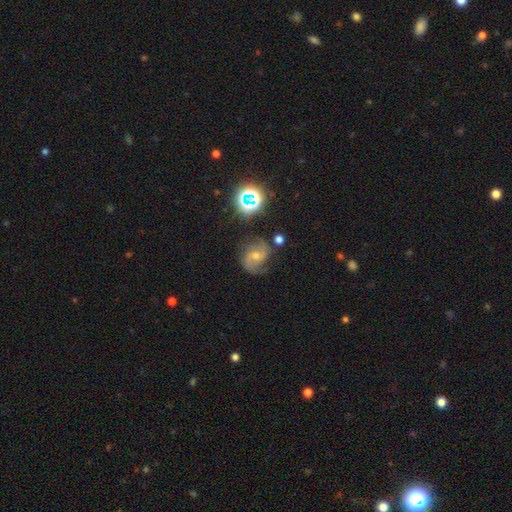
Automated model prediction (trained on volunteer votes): Overall: featured or disk (69%). Edge-on disk: no (97%). Bar: no (47%; weak 42%). Spiral arms: yes (93%). Spiral arm count: 2 (80%). Spiral winding: medium (47%; loose 36%). Bulge size: moderate (52%; small 41%). Merging: none (64%).